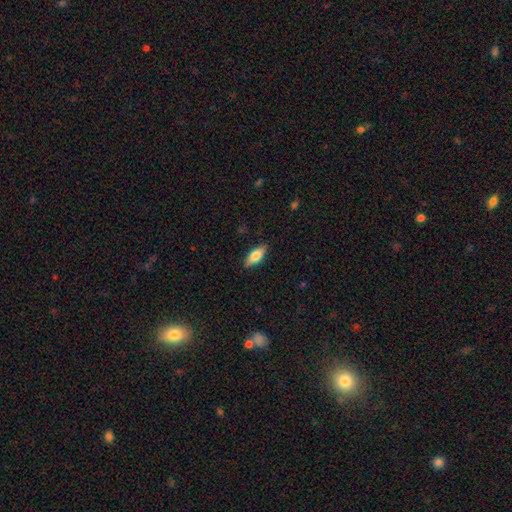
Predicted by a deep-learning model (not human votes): This is likely a smooth galaxy (70%). How rounded: likely in between (72%). Merging: clearly none (87%).